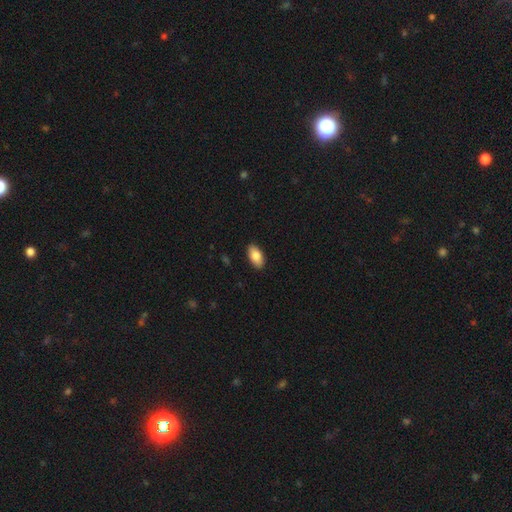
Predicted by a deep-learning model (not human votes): Q: Smooth or featured?
A: smooth (83%); runner-up: featured or disk (11%)
Q: How rounded?
A: in between (93%); runner-up: cigar-shaped (4%)
Q: Merging?
A: none (90%); runner-up: minor disturbance (8%)